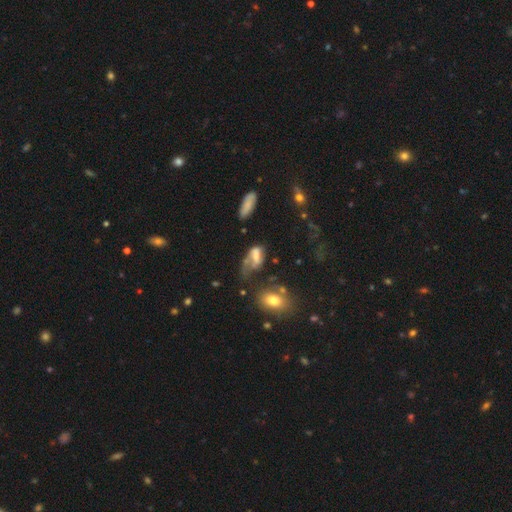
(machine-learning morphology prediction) smooth_or_featured: smooth (p=0.48) [alt: featured or disk p=0.39]
merging: major disturbance (p=0.43) [alt: minor disturbance p=0.20]